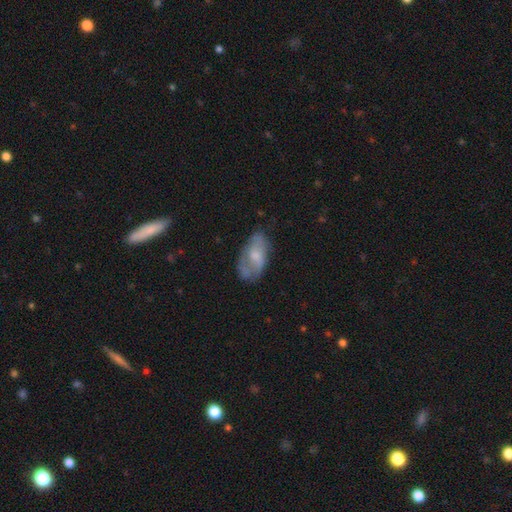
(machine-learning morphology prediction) The model was most divided on "smooth or featured": smooth: 47%, featured or disk: 46%, star or artifact: 7%. More confident: merging — none (53%).